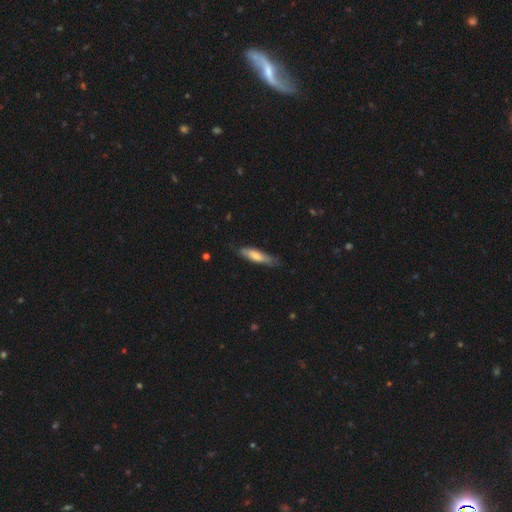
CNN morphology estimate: This is likely a smooth galaxy (69%). How rounded: likely cigar-shaped (70%). Merging: likely none (66%).